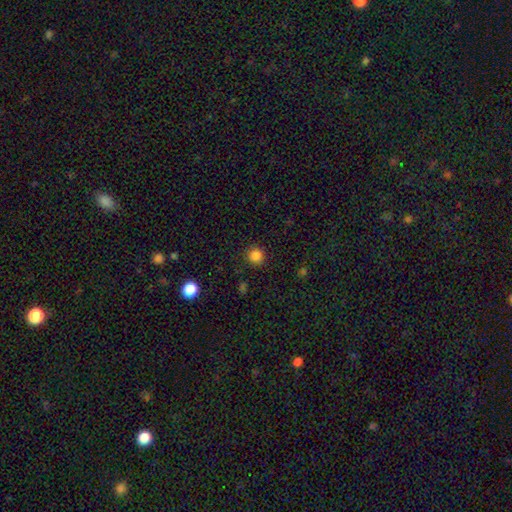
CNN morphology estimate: A smooth galaxy with no disk features (85%) that is round (92%).

Vote fractions:
- Smooth or featured? smooth: 85% / star or artifact: 12% / featured or disk: 3%
- How rounded? round: 92% / in between: 7% / cigar-shaped: 1%
- Merging? none: 89% / minor disturbance: 7% / major disturbance: 2% / merger: 1%